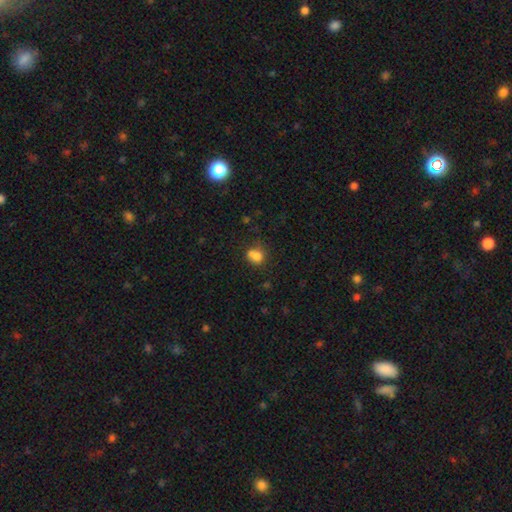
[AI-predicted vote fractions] smooth_or_featured: smooth (p=0.73) [alt: featured or disk p=0.14]
how_rounded: round (p=0.72) [alt: in between p=0.27]
merging: merger (p=0.46) [alt: none p=0.37]